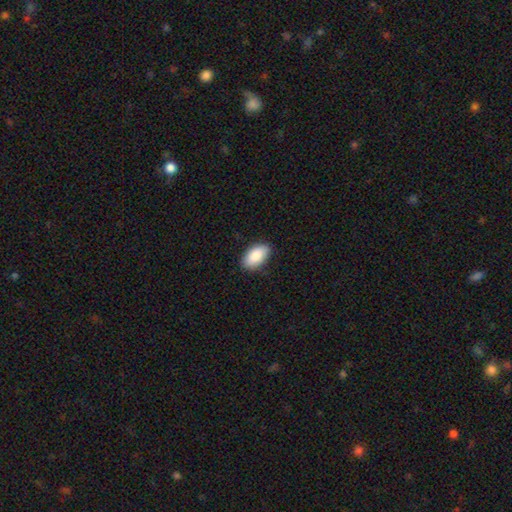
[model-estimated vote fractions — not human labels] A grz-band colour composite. It shows a smooth galaxy with no disk features (88%) that is in between round and cigar-shaped (95%). Merging: none (87%).